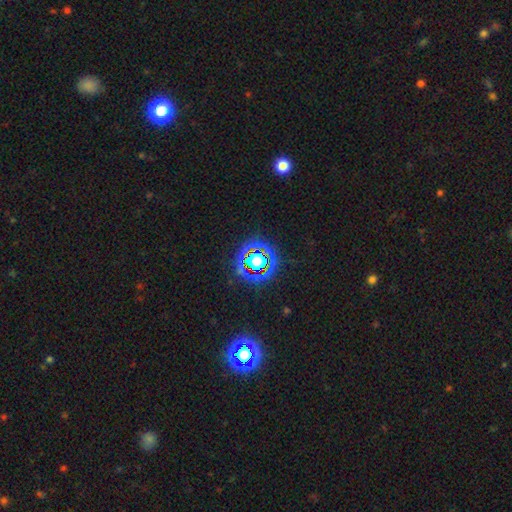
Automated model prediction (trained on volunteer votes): Smooth or featured? star or artifact (69%)